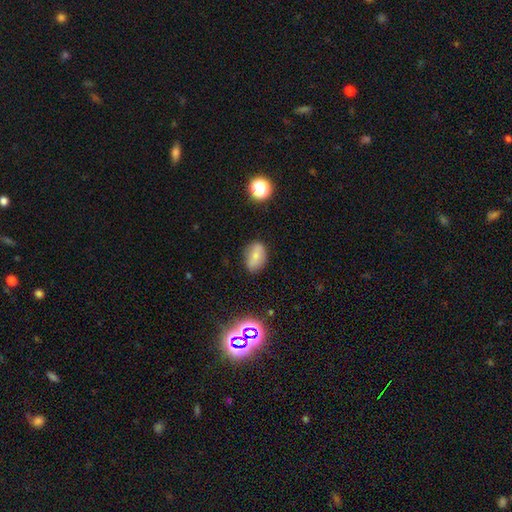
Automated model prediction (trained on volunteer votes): Smooth or featured? smooth (72%)
How rounded? in between (83%)
Merging? none (77%)